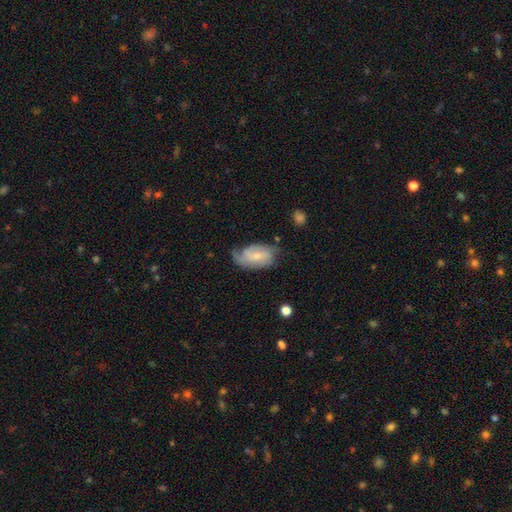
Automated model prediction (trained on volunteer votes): Q: Smooth or featured?
A: featured or disk (56%); runner-up: smooth (38%)
Q: Edge-on disk?
A: no (95%); runner-up: yes (5%)
Q: Bar?
A: no (45%); runner-up: weak (44%)
Q: Spiral arms?
A: yes (85%); runner-up: no (15%)
Q: Bulge size?
A: small (53%); runner-up: moderate (34%)
Q: Merging?
A: none (51%); runner-up: minor disturbance (32%)